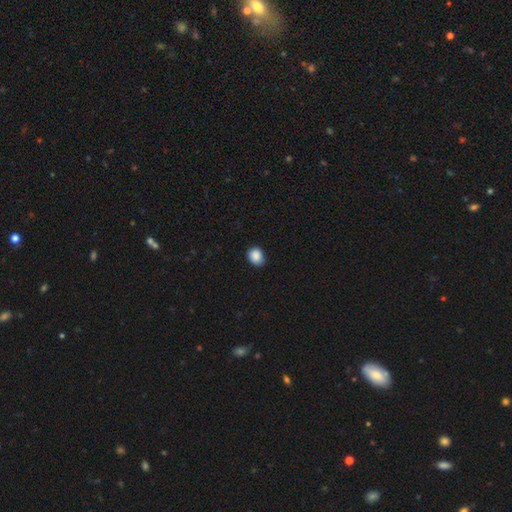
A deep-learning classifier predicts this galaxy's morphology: Overall: smooth (88%). How rounded: round (56%; in between 43%). Merging: none (81%).